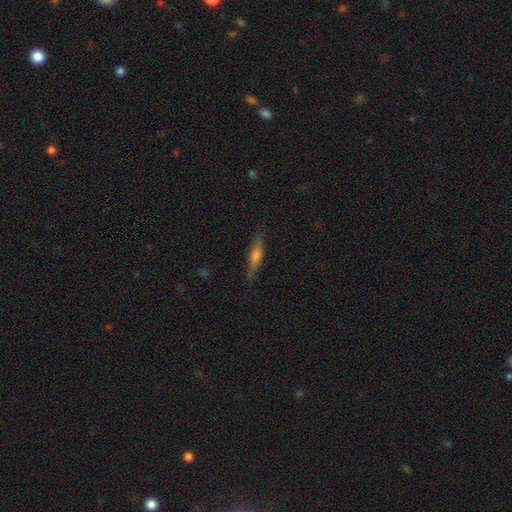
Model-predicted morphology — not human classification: featured or disk 49%, smooth 43%, star or artifact 8%. Down the decision tree: merging — none (83%).